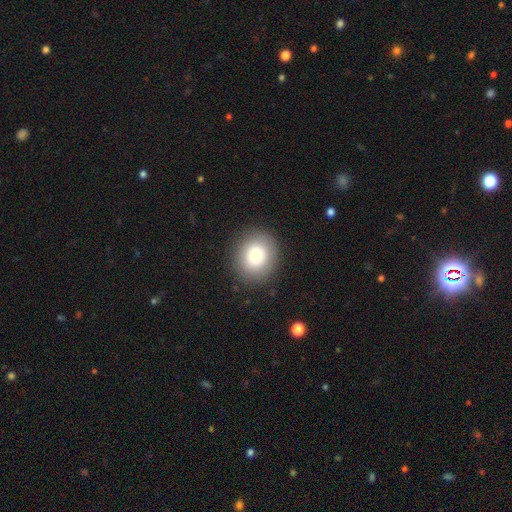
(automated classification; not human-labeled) Smooth or featured? smooth (78%)
How rounded? round (78%)
Merging? none (87%)